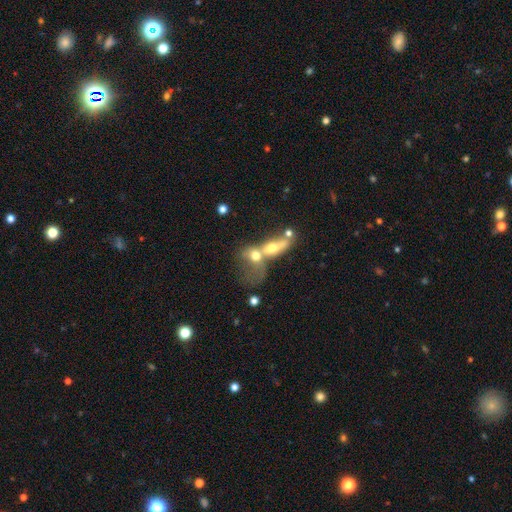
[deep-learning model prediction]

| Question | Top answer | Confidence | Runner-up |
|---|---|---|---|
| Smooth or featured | smooth | 53% | featured or disk (36%) |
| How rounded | in between | 59% | round (27%) |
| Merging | merger | 77% | major disturbance (10%) |